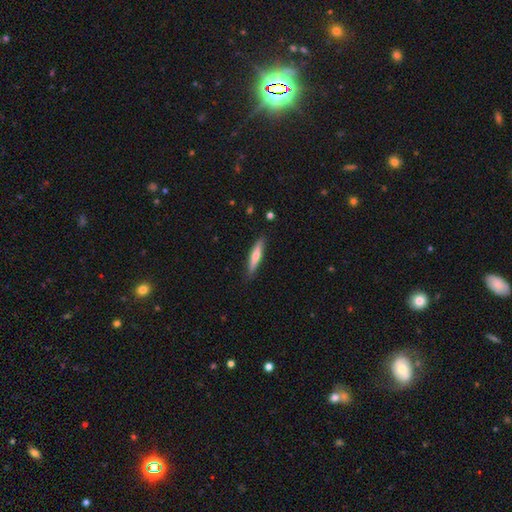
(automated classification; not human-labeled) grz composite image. It shows a smooth galaxy with no disk features (59%) that is cigar-shaped (87%). Merging: none (87%).